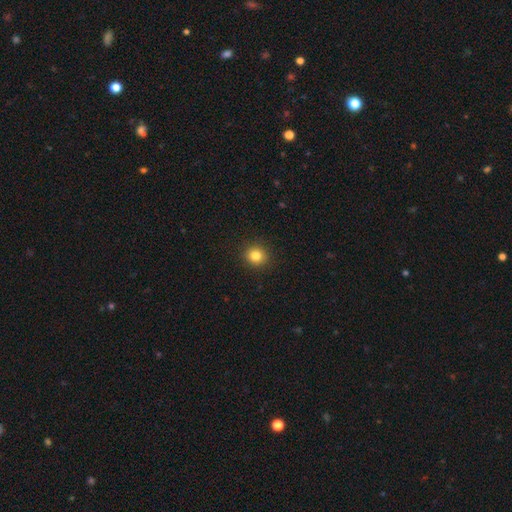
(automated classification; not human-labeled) smooth_or_featured: smooth (p=0.83) [alt: star or artifact p=0.11]
how_rounded: round (p=0.86) [alt: in between p=0.13]
merging: none (p=0.91) [alt: minor disturbance p=0.06]